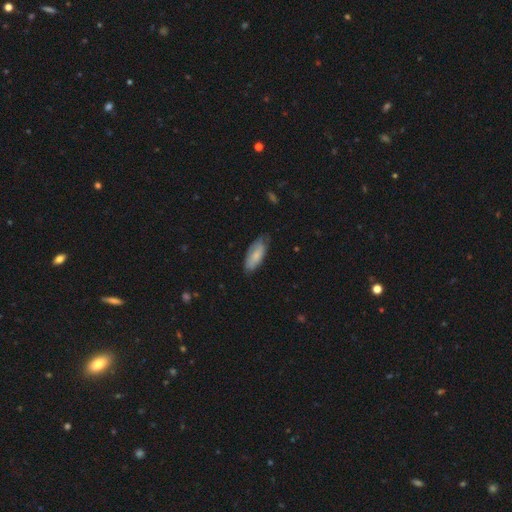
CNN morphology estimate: smooth-or-featured: smooth: 72% | featured or disk: 22% | star or artifact: 6%
  how-rounded: in between: 79% | cigar-shaped: 19% | round: 2%
  merging: none: 64% | minor disturbance: 29% | major disturbance: 6% | merger: 1%